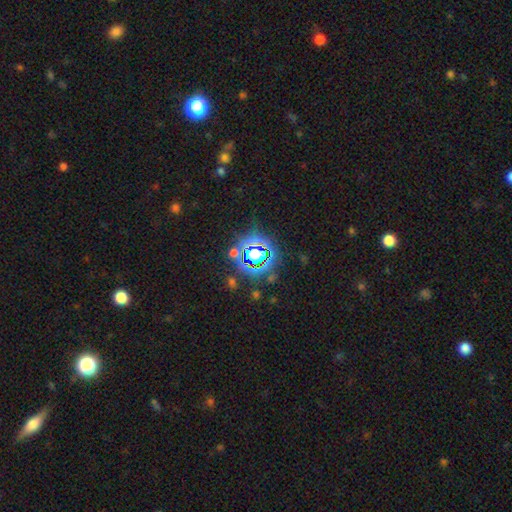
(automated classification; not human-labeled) Smooth or featured: star or artifact — 66% (smooth — 23%)